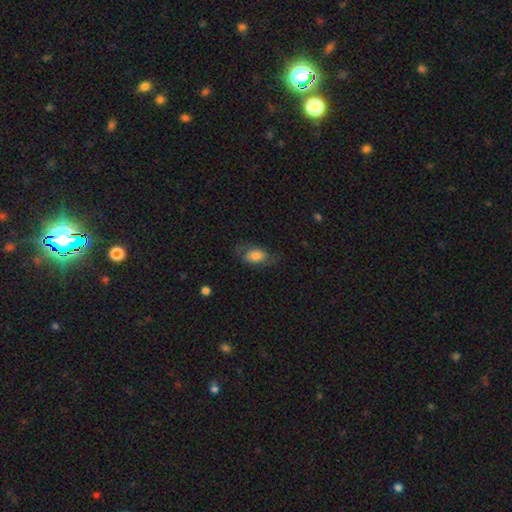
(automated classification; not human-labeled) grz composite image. It shows a smooth galaxy with no disk features (68%) that is in between round and cigar-shaped (87%). Merging: none (64%).